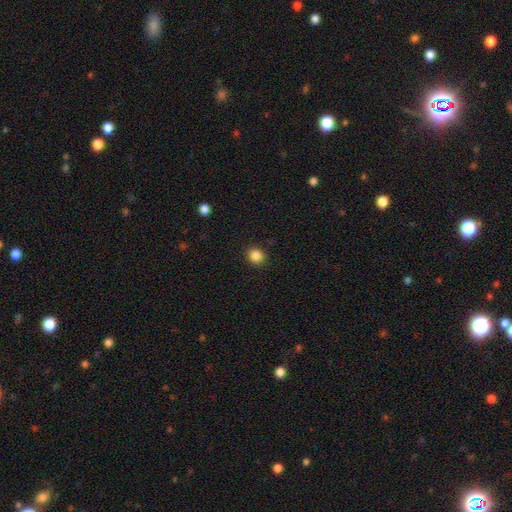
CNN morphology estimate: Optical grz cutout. It shows a smooth galaxy with no disk features (86%) that is round (82%). Merging: none (90%).